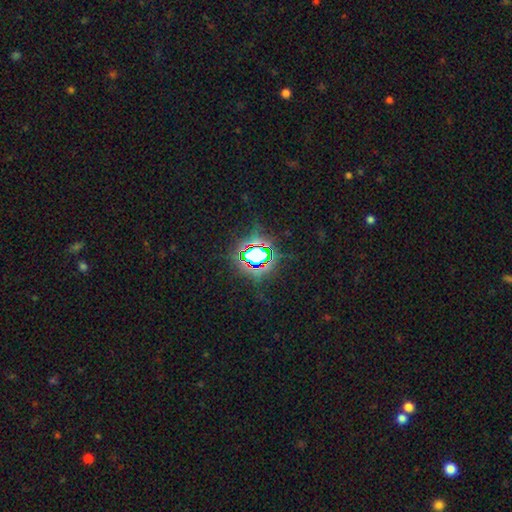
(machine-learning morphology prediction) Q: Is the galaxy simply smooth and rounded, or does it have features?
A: star or artifact — 76%.